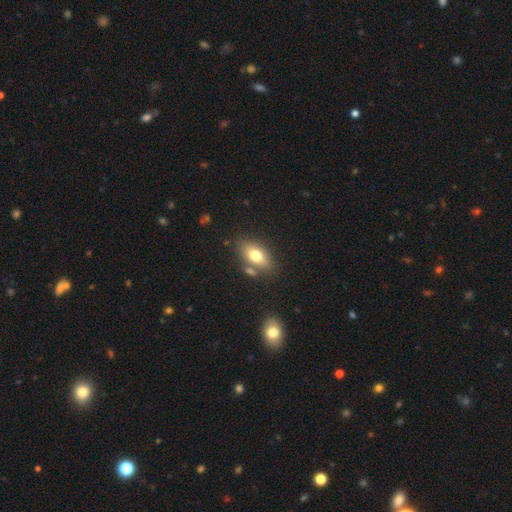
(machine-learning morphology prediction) The model was most divided on "smooth or featured": smooth: 74%, featured or disk: 18%, star or artifact: 8%. More confident: how rounded — in between (86%); merging — none (71%).